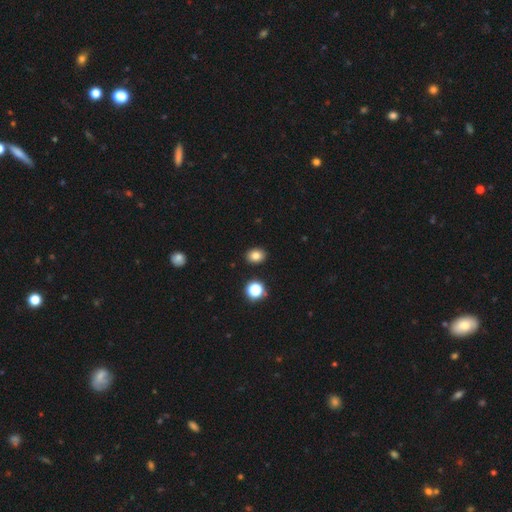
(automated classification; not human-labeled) Smooth or featured?
  - smooth: 81% *
  - star or artifact: 13%
  - featured or disk: 7%
How rounded?
  - round: 51% *
  - in between: 48%
  - cigar-shaped: 1%
Merging?
  - none: 89% *
  - minor disturbance: 7%
  - merger: 2%
  - major disturbance: 2%